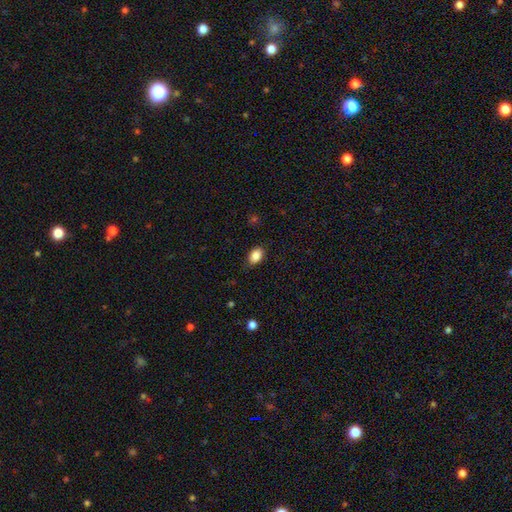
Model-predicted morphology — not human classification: This is clearly a smooth galaxy (87%). How rounded: clearly in between (85%). Merging: clearly none (82%).